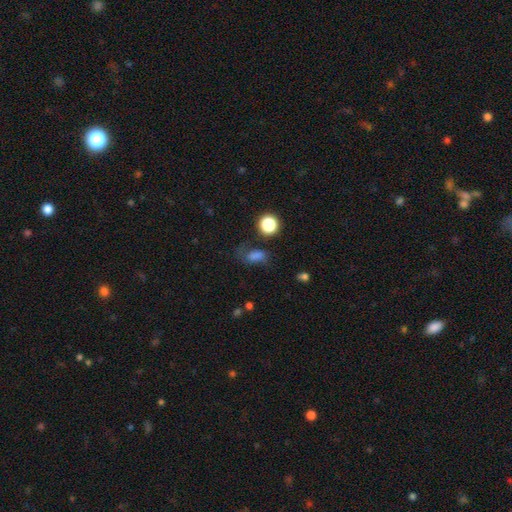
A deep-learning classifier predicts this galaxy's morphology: Smooth or featured: smooth — 68% (star or artifact — 20%)
How rounded: in between — 72% (round — 23%)
Merging: none — 46% (minor disturbance — 25%)